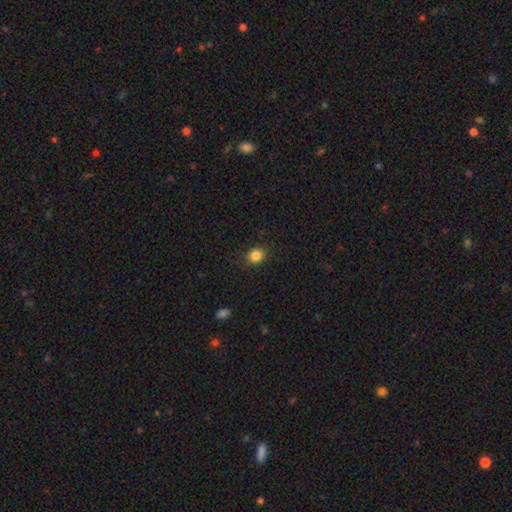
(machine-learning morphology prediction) This appears to be a smooth galaxy with no disk features (85%) that is round (68%). Merging: none (88%).